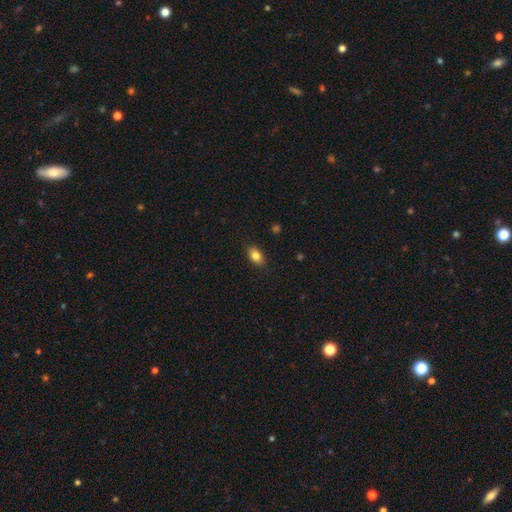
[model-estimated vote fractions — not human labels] This appears to be a smooth galaxy with no disk features (83%) that is in between round and cigar-shaped (86%). Merging: none (87%).